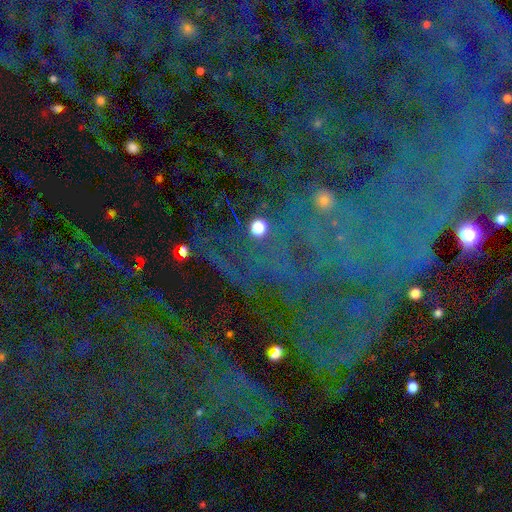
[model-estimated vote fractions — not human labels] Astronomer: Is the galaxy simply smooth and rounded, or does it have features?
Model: star or artifact — 83%.